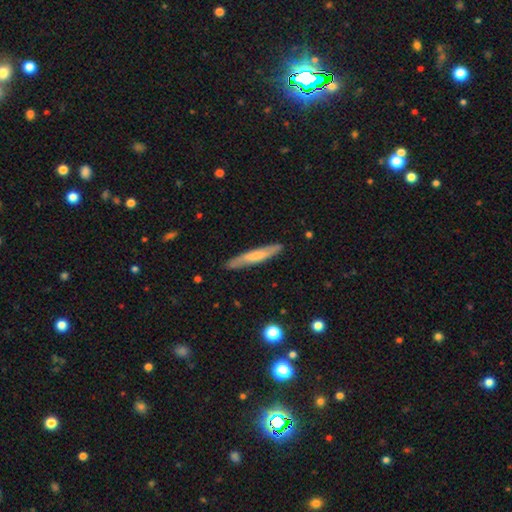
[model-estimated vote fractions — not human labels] smooth 57%, featured or disk 38%, star or artifact 6%. Down the decision tree: how rounded — cigar-shaped (91%); merging — none (86%).